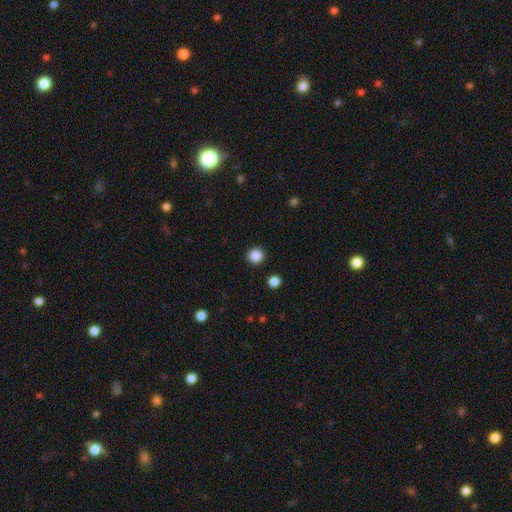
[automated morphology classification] A smooth galaxy with no disk features (87%) that is round (94%).

Vote fractions:
- Smooth or featured? smooth: 87% / star or artifact: 10% / featured or disk: 3%
- How rounded? round: 94% / in between: 5% / cigar-shaped: 1%
- Merging? none: 92% / minor disturbance: 4% / major disturbance: 2% / merger: 1%